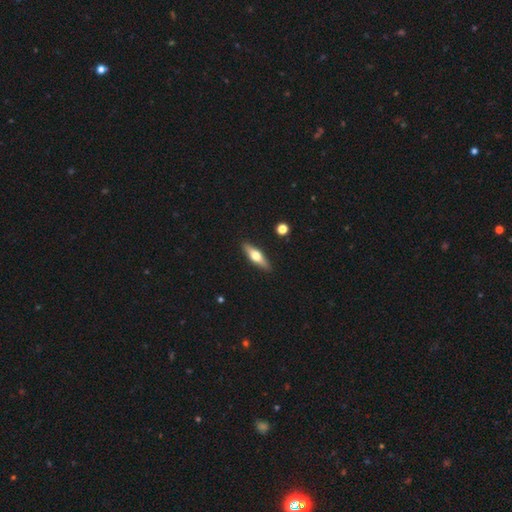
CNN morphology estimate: Overall: featured or disk (48%; smooth 46%). Merging: none (89%).